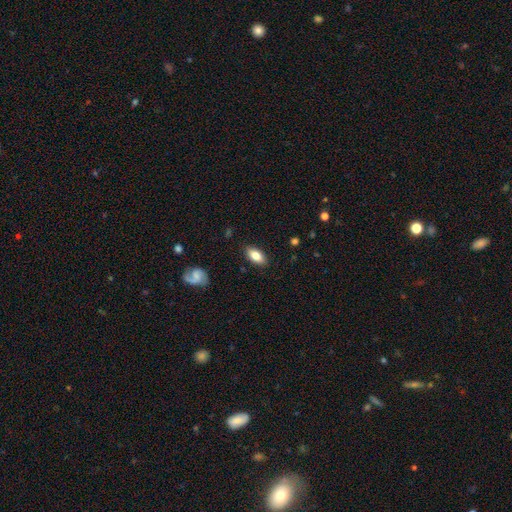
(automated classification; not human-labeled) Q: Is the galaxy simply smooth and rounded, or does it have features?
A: smooth — 79%.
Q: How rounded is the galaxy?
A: in between — 90%.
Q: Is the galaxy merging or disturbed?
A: none — 87%.